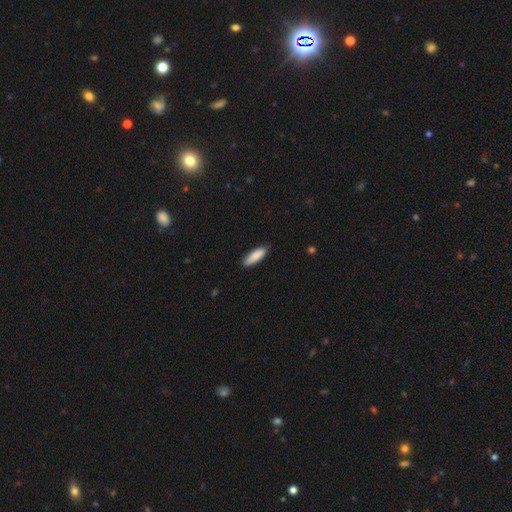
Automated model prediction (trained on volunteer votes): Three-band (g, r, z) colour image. It shows a smooth galaxy with no disk features (87%) that is cigar-shaped (52%). Merging: none (85%).